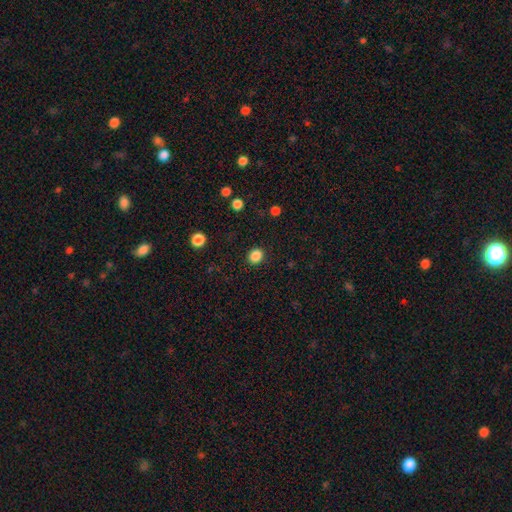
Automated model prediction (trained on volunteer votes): The model was most divided on "how rounded": round: 78%, in between: 22%, cigar-shaped: 1%. More confident: merging — none (91%); smooth or featured — smooth (86%).